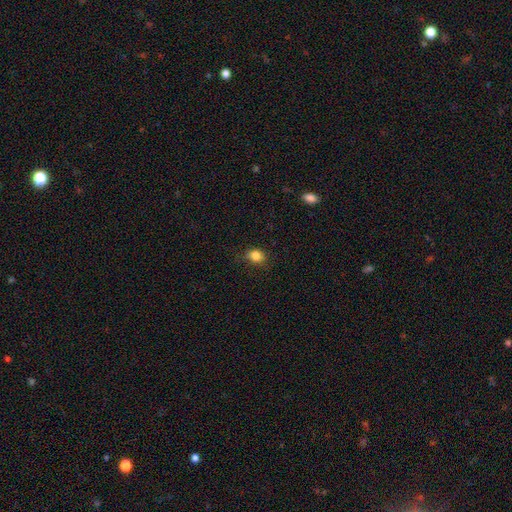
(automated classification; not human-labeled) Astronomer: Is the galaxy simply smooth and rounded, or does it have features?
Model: smooth — 84%.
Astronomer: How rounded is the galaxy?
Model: round — 50% (runner-up: in between, 49%).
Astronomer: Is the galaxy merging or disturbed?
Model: none — 78%.